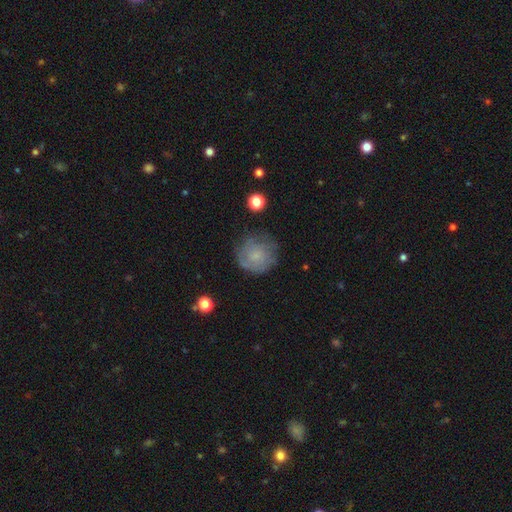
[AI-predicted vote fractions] This appears to be a smooth galaxy with no disk features (57%) that is round (91%). Merging: none (69%).